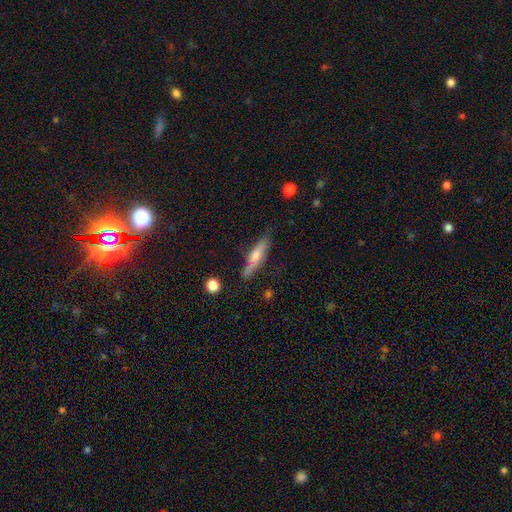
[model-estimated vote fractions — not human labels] Smooth or featured: smooth — 52% (featured or disk — 41%)
How rounded: cigar-shaped — 83% (in between — 15%)
Merging: none — 78% (minor disturbance — 16%)